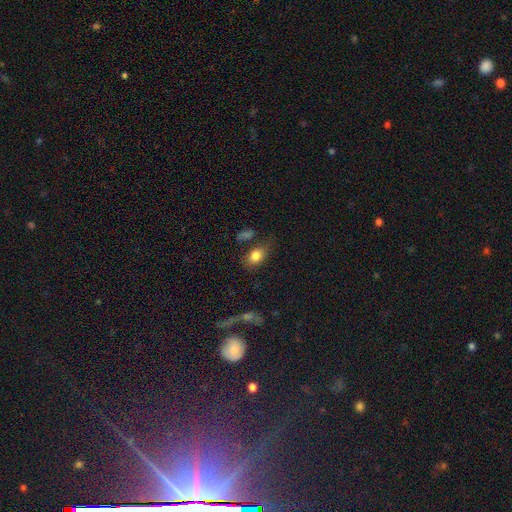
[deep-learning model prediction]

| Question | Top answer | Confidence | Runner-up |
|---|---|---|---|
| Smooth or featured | smooth | 82% | featured or disk (9%) |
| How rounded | in between | 78% | round (20%) |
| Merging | none | 63% | minor disturbance (21%) |